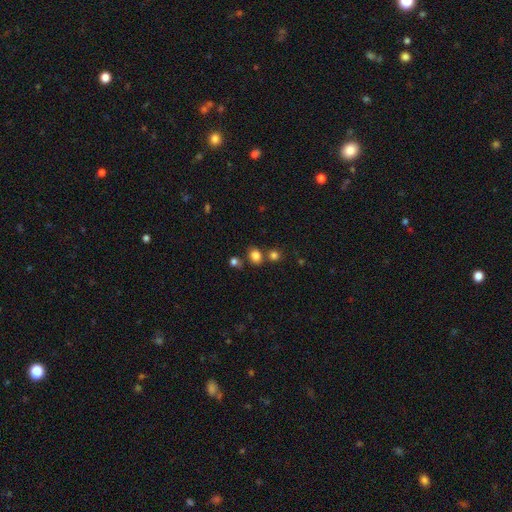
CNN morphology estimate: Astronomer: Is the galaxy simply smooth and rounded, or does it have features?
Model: smooth — 81%.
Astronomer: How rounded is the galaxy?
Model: round — 59% (runner-up: in between, 40%).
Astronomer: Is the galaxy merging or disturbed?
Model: none — 67%.